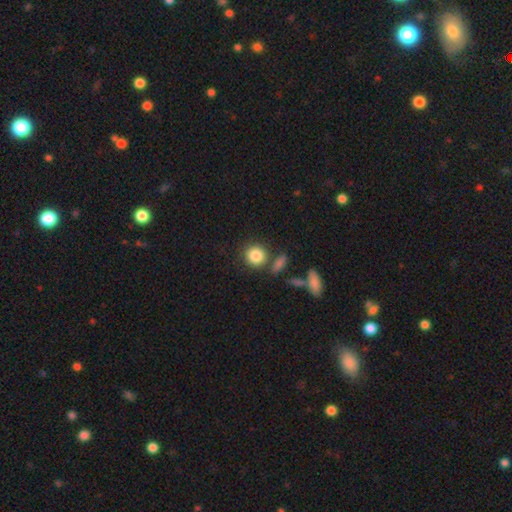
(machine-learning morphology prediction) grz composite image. It shows a smooth galaxy with no disk features (85%) that is round (84%). Merging: none (73%).